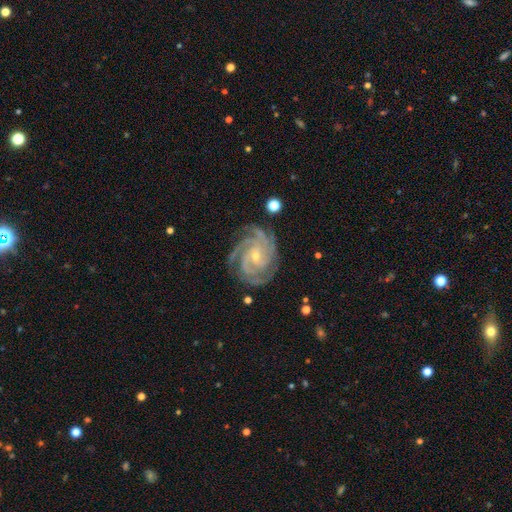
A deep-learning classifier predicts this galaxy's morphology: A featured or disk galaxy (92%) with no bar (54%), 4 (39%) tight (75%) spiral arms (99%) and a small central bulge (72%). Merging: none (80%).